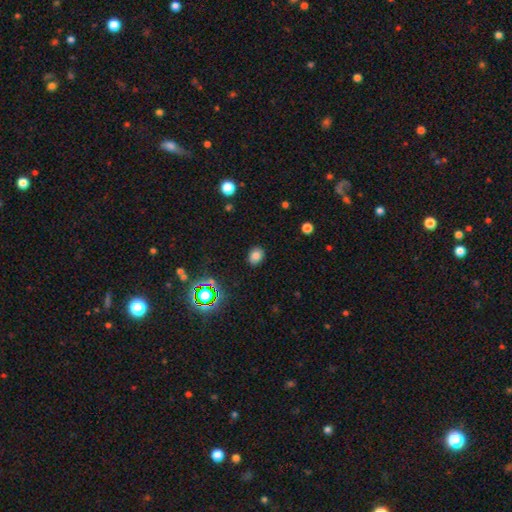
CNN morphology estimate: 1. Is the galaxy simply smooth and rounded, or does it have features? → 79% smooth, 16% star or artifact, 6% featured or disk.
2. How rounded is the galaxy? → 59% in between, 40% round, 1% cigar-shaped.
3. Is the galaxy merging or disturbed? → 86% none, 10% minor disturbance, 3% major disturbance, 1% merger.